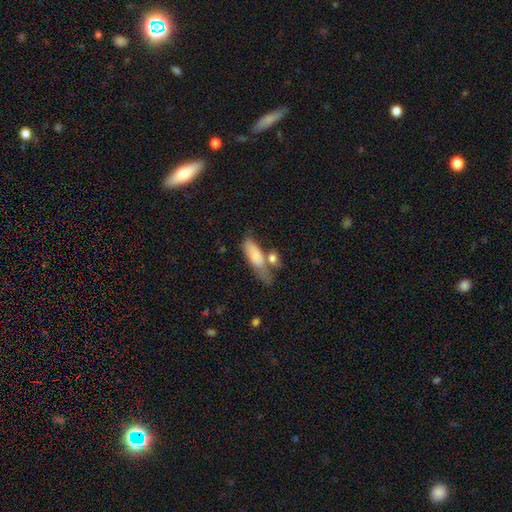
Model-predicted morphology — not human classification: Smooth or featured? smooth (77%)
How rounded? in between (60%)
Merging? none (35%)